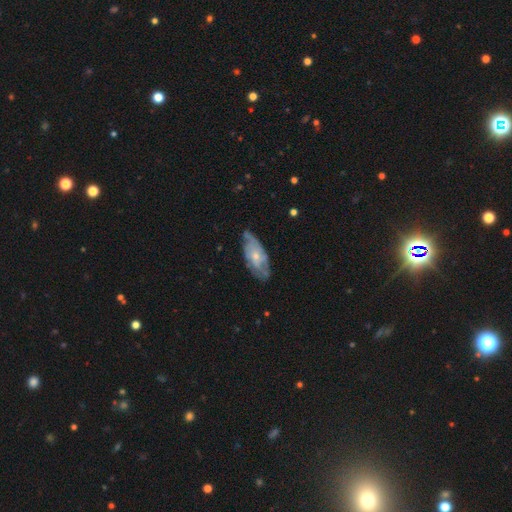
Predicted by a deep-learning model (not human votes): Overall: featured or disk (67%; smooth 28%). Edge-on disk: no (89%). Bar: no (77%). Spiral arms: yes (75%). Bulge size: small (59%; moderate 36%). Merging: none (62%; minor disturbance 28%).